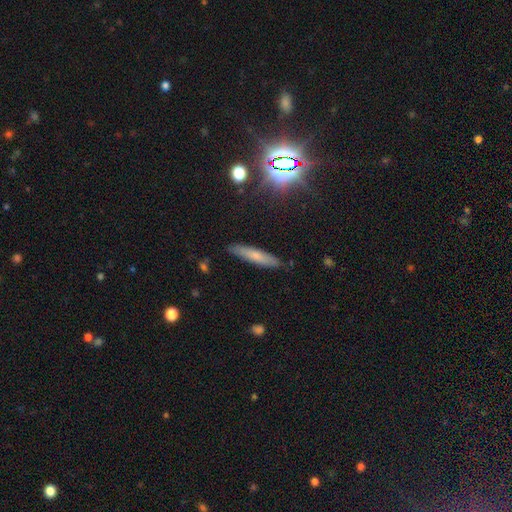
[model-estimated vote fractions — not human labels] smooth-or-featured: smooth: 62% | featured or disk: 27% | star or artifact: 11%
  how-rounded: cigar-shaped: 86% | in between: 12% | round: 2%
  merging: none: 86% | minor disturbance: 10% | major disturbance: 2% | merger: 1%